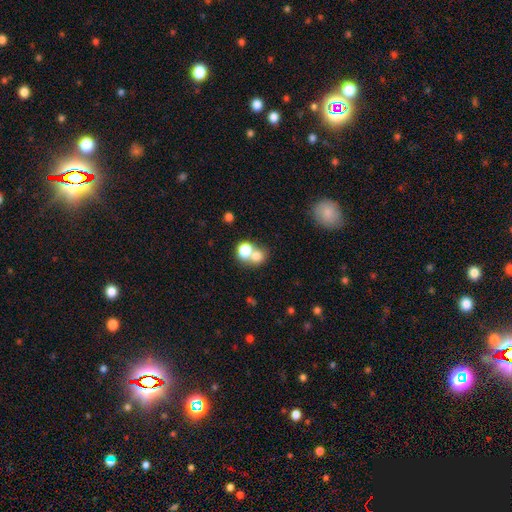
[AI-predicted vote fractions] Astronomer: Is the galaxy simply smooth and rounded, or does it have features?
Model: smooth — 73%.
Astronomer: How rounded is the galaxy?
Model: round — 69%.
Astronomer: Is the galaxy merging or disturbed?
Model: merger — 54% (runner-up: none, 36%).